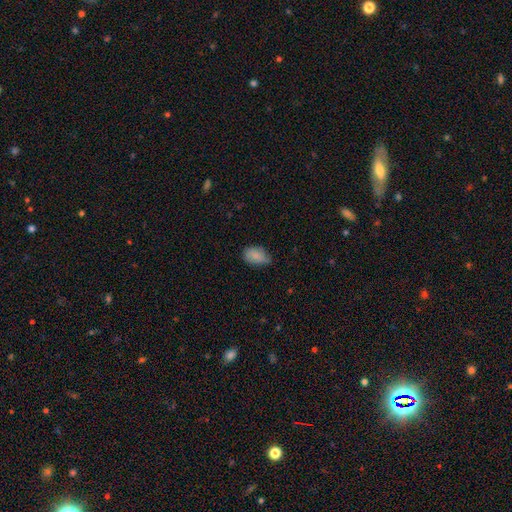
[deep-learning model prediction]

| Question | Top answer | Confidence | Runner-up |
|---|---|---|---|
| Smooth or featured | smooth | 83% | featured or disk (10%) |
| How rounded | in between | 88% | round (10%) |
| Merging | none | 50% | minor disturbance (40%) |